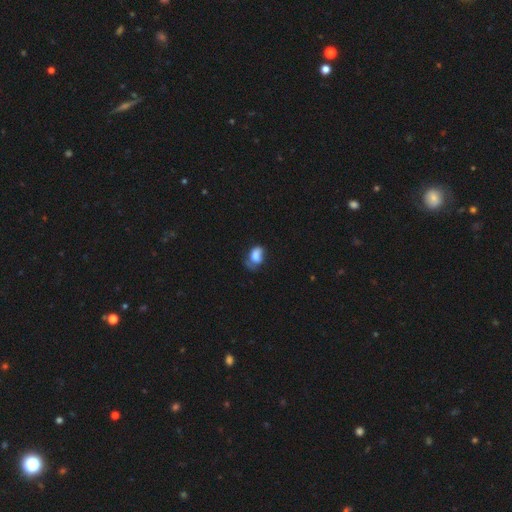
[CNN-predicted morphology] smooth_or_featured: smooth (p=0.71) [alt: featured or disk p=0.19]
how_rounded: in between (p=0.80) [alt: round p=0.19]
merging: minor disturbance (p=0.33) [alt: none p=0.31]